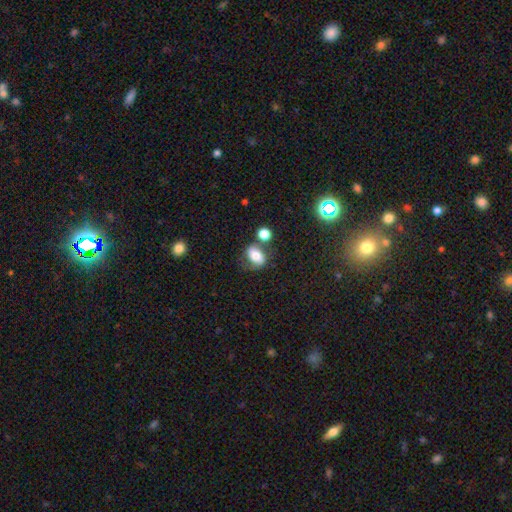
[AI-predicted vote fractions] A smooth galaxy with no disk features (63%) that is in between round and cigar-shaped (73%).

Vote fractions:
- Smooth or featured? smooth: 63% / featured or disk: 26% / star or artifact: 12%
- How rounded? in between: 73% / round: 25% / cigar-shaped: 2%
- Merging? none: 49% / merger: 21% / minor disturbance: 20% / major disturbance: 10%